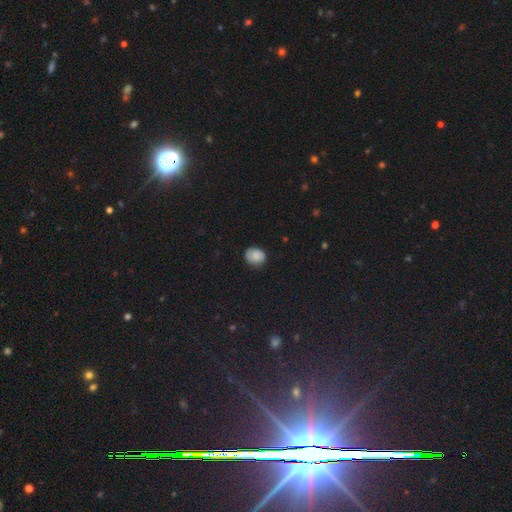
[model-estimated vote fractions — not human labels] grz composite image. It shows a smooth galaxy with no disk features (77%) that is round (59%). Merging: none (80%).